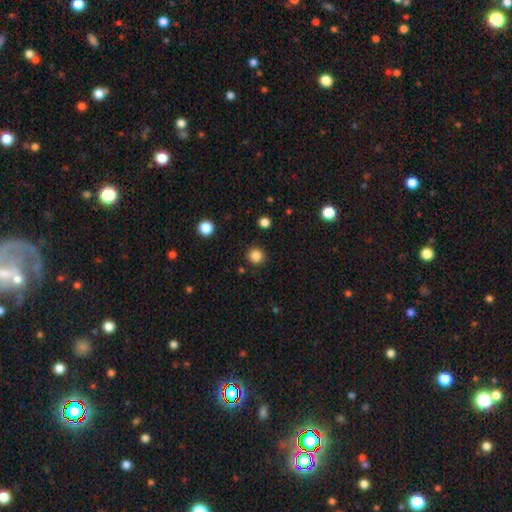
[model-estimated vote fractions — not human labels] This is clearly a smooth galaxy (85%). How rounded: clearly round (94%). Merging: clearly none (90%).